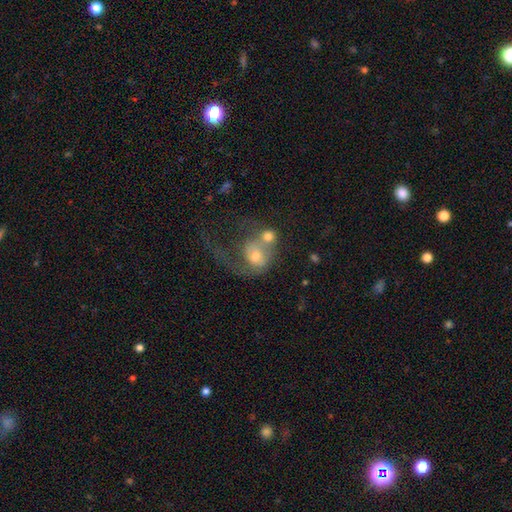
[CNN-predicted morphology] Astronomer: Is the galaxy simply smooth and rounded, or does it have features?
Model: featured or disk — 48% (runner-up: smooth, 41%).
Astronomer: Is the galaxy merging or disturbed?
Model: merger — 55%.